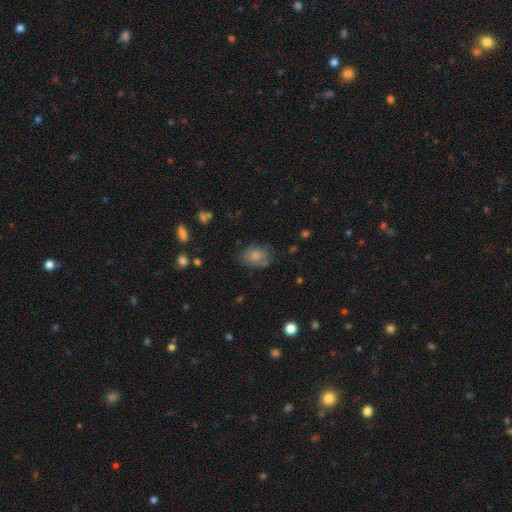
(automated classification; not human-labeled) A smooth galaxy with no disk features (78%) that is in between round and cigar-shaped (76%).

Vote fractions:
- Smooth or featured? smooth: 78% / featured or disk: 13% / star or artifact: 9%
- How rounded? in between: 76% / round: 23% / cigar-shaped: 1%
- Merging? none: 65% / minor disturbance: 23% / major disturbance: 7% / merger: 5%